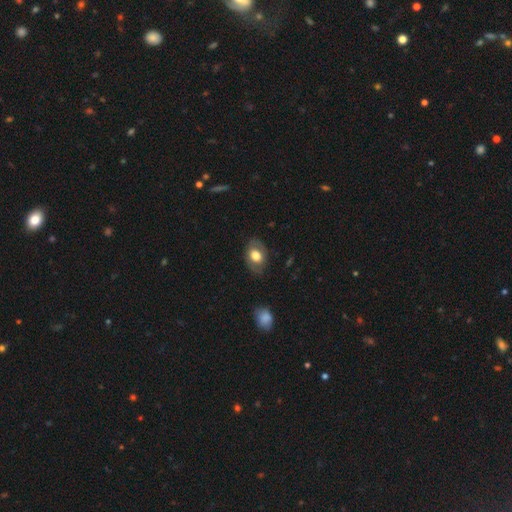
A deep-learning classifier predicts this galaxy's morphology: smooth_or_featured: smooth (p=0.65) [alt: featured or disk p=0.27]
how_rounded: in between (p=0.78) [alt: round p=0.21]
merging: none (p=0.78) [alt: minor disturbance p=0.16]